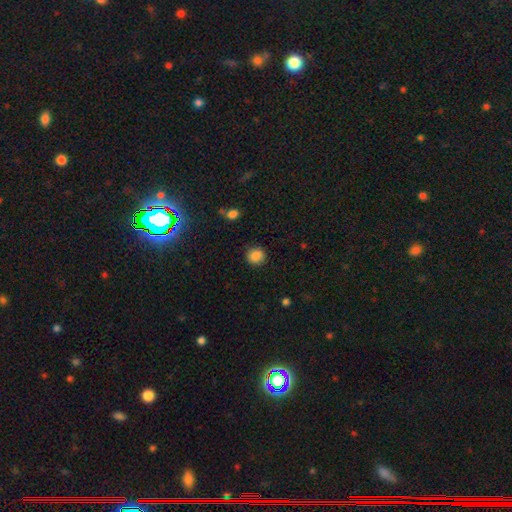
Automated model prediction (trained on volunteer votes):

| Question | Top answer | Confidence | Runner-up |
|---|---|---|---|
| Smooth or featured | smooth | 85% | star or artifact (10%) |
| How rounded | round | 90% | in between (10%) |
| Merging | none | 89% | minor disturbance (7%) |